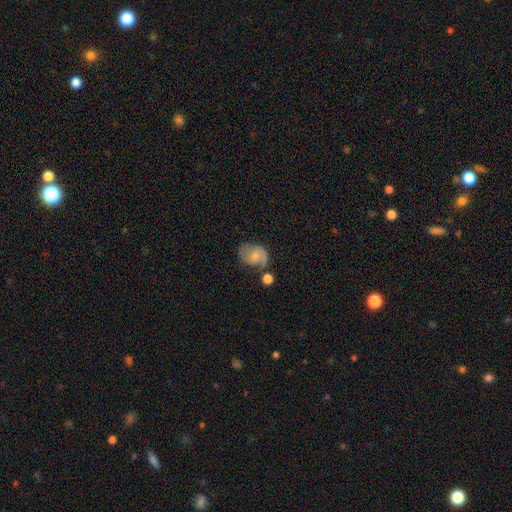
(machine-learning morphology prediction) Smooth or featured? Predicted: smooth (p=0.51). How rounded? Predicted: in between (p=0.66). Merging? Predicted: none (p=0.45).